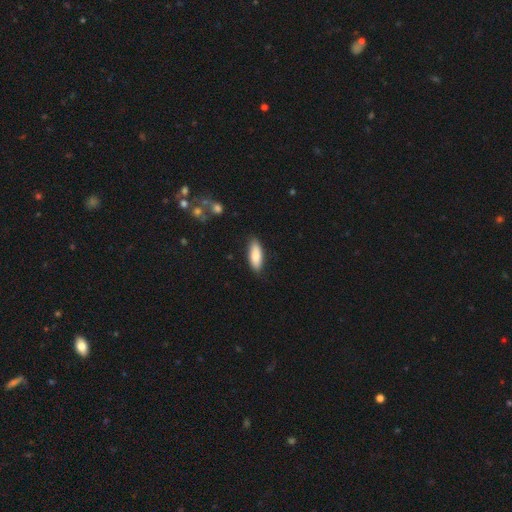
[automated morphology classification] Smooth or featured? Predicted: smooth (p=0.83). How rounded? Predicted: in between (p=0.66). Merging? Predicted: none (p=0.84).